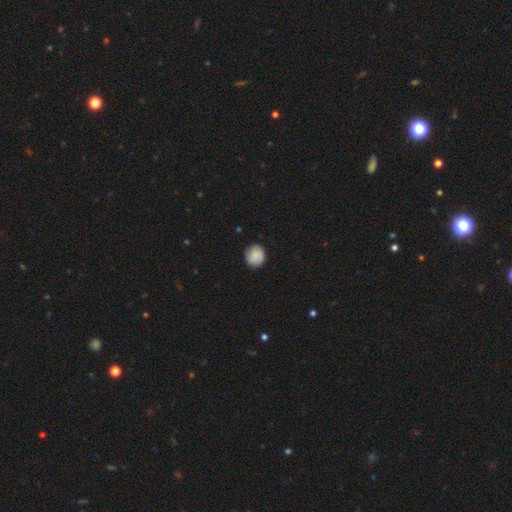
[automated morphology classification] smooth_or_featured: smooth (p=0.83) [alt: featured or disk p=0.10]
how_rounded: round (p=0.83) [alt: in between p=0.16]
merging: none (p=0.86) [alt: minor disturbance p=0.10]